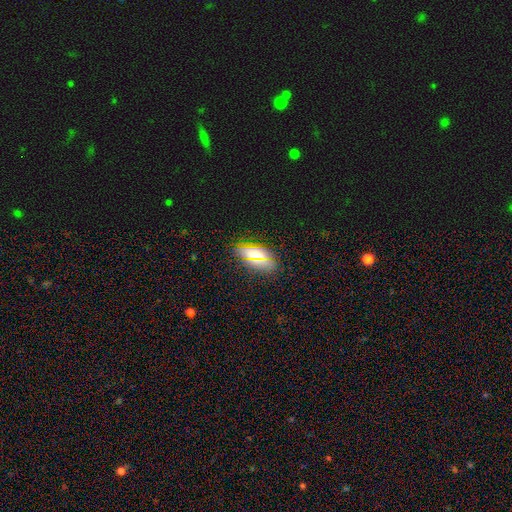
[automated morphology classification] Q: Smooth or featured?
A: smooth (63%); runner-up: featured or disk (19%)
Q: How rounded?
A: in between (87%); runner-up: cigar-shaped (7%)
Q: Merging?
A: none (85%); runner-up: minor disturbance (11%)